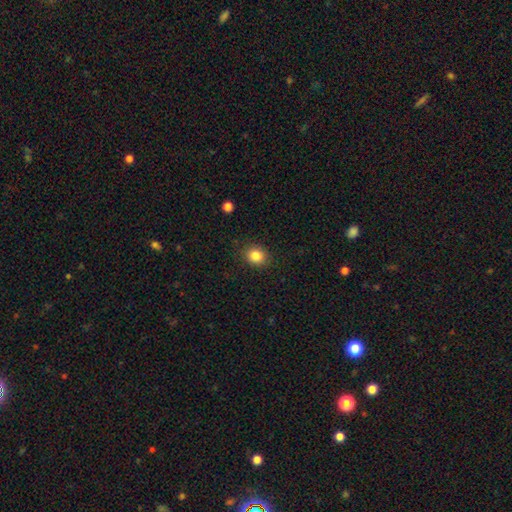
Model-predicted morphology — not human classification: This appears to be a smooth galaxy with no disk features (85%) that is round (66%). Merging: none (87%).